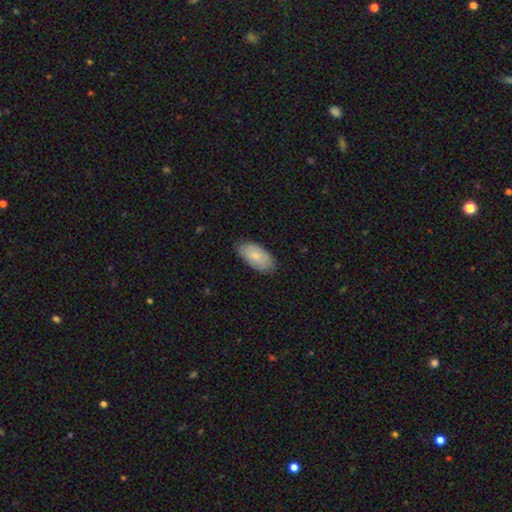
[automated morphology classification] A smooth galaxy with no disk features (74%) that is in between round and cigar-shaped (94%).

Vote fractions:
- Smooth or featured? smooth: 74% / featured or disk: 20% / star or artifact: 6%
- How rounded? in between: 94% / cigar-shaped: 3% / round: 3%
- Merging? none: 81% / minor disturbance: 16% / major disturbance: 2% / merger: 1%